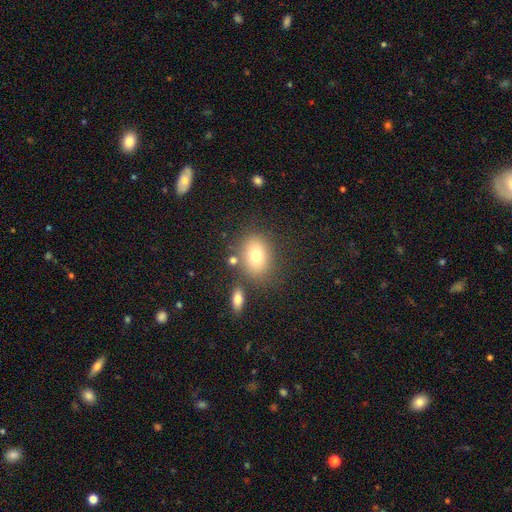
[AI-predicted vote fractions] smooth_or_featured: smooth (p=0.75) [alt: featured or disk p=0.14]
how_rounded: in between (p=0.63) [alt: round p=0.35]
merging: none (p=0.74) [alt: minor disturbance p=0.12]